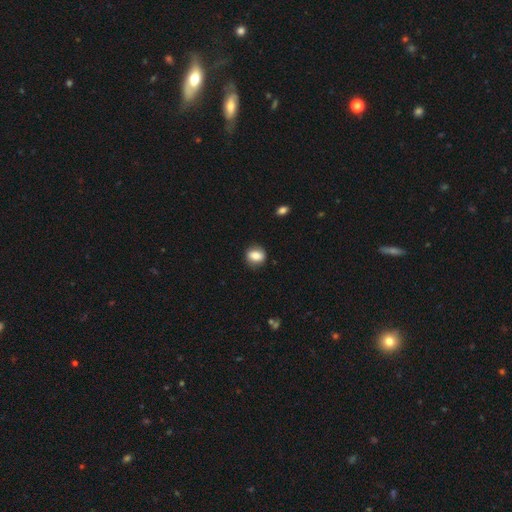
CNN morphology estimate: This is clearly a smooth galaxy (81%). How rounded: possibly round (56%). Merging: clearly none (84%).